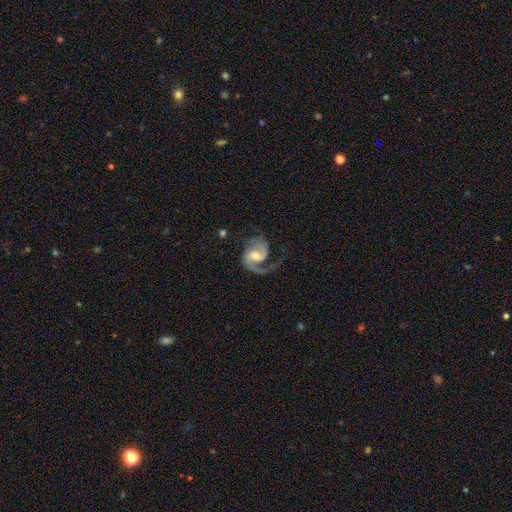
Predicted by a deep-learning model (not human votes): featured or disk 90%, smooth 6%, star or artifact 5%. Down the decision tree: edge-on disk — no (98%); bar — no (47%); spiral arms — yes (98%); spiral arm count — 2 (68%); spiral winding — medium (52%); bulge size — moderate (55%); merging — none (59%).